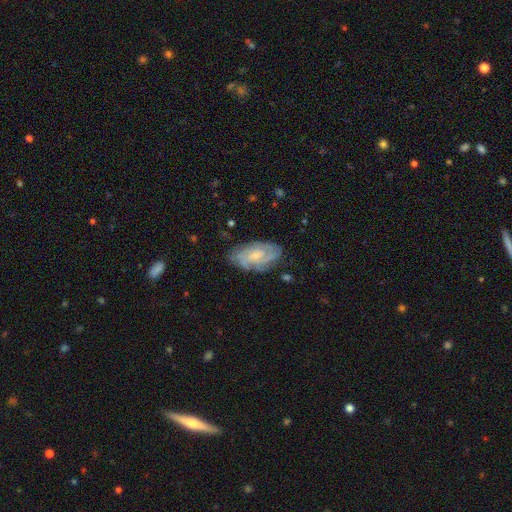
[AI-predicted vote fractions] This appears to be a featured or disk galaxy (75%) with no bar (60%), tight (58%) spiral arms (92%) and a small central bulge (62%). Merging: none (74%).